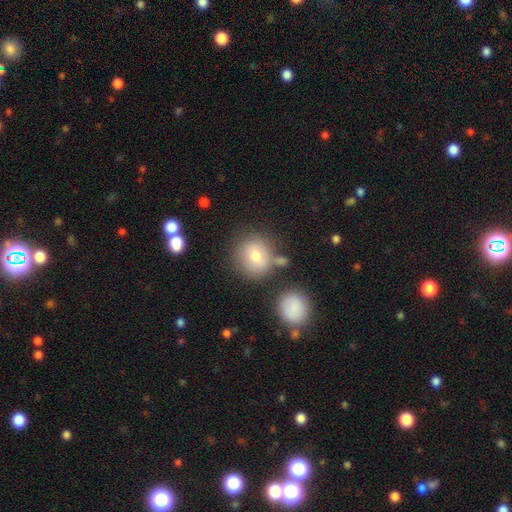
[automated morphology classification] smooth-or-featured: smooth: 73% | featured or disk: 15% | star or artifact: 11%
  how-rounded: round: 87% | in between: 12% | cigar-shaped: 1%
  merging: none: 69% | minor disturbance: 13% | merger: 12% | major disturbance: 5%